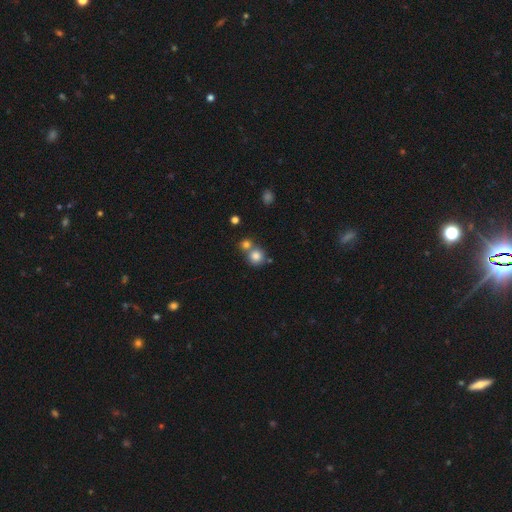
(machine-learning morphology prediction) Smooth or featured? Predicted: smooth (p=0.81). How rounded? Predicted: round (p=0.90). Merging? Predicted: none (p=0.55).